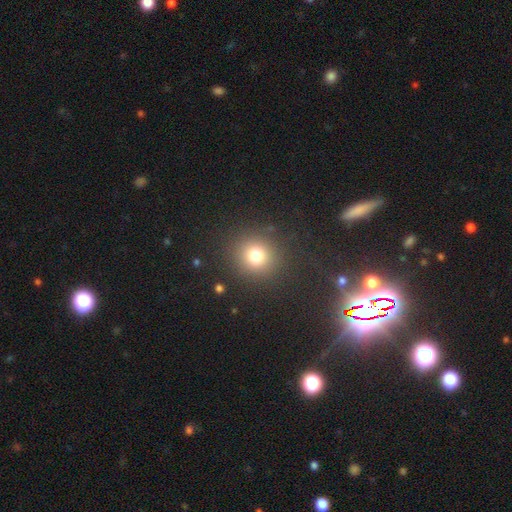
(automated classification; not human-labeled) This appears to be a smooth galaxy with no disk features (76%) that is round (90%). Merging: none (87%).